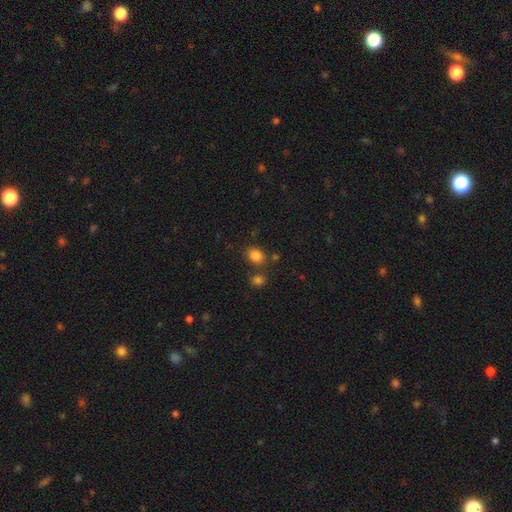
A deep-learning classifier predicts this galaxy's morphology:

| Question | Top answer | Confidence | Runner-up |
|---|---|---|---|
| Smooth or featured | smooth | 83% | star or artifact (12%) |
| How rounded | in between | 52% | round (47%) |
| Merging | none | 73% | merger (12%) |